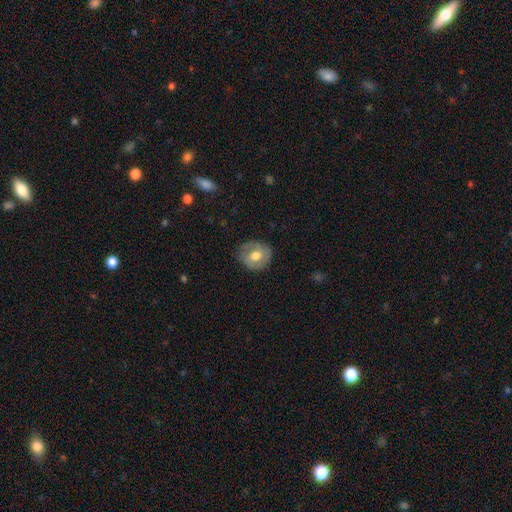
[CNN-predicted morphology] Smooth or featured? Predicted: smooth (p=0.47). Merging? Predicted: none (p=0.74).